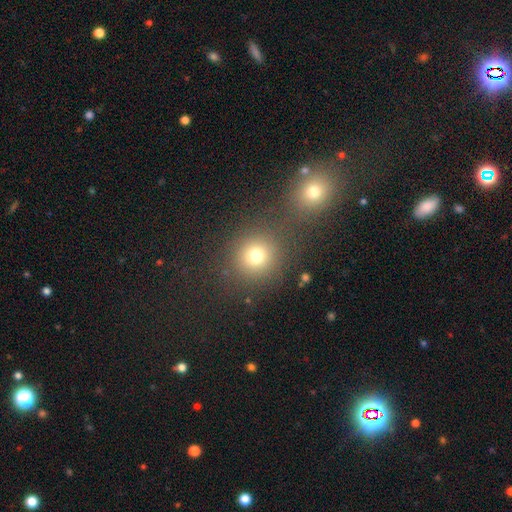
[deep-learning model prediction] Smooth or featured?
  - smooth: 74% *
  - star or artifact: 17%
  - featured or disk: 9%
How rounded?
  - round: 88% *
  - in between: 11%
  - cigar-shaped: 1%
Merging?
  - none: 75% *
  - merger: 12%
  - minor disturbance: 8%
  - major disturbance: 5%